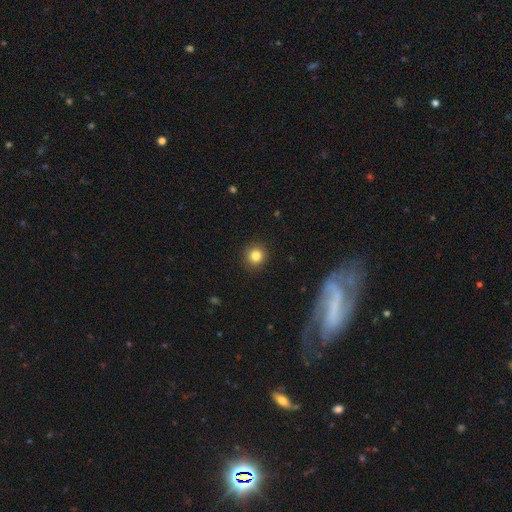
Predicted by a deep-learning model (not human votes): A smooth galaxy with no disk features (83%) that is round (93%). Merging: none (91%).